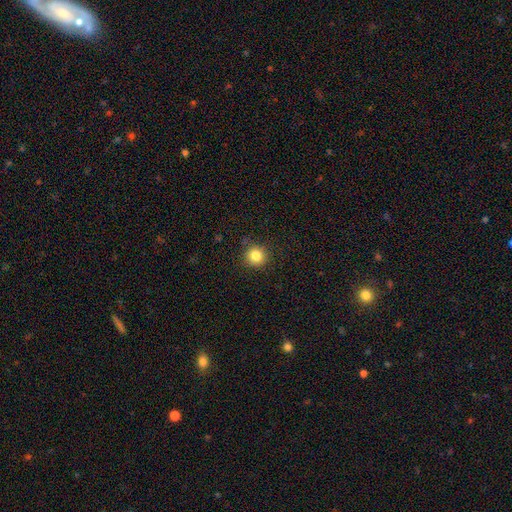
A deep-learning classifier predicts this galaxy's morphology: This is clearly a smooth galaxy (83%). How rounded: clearly round (94%). Merging: clearly none (89%).